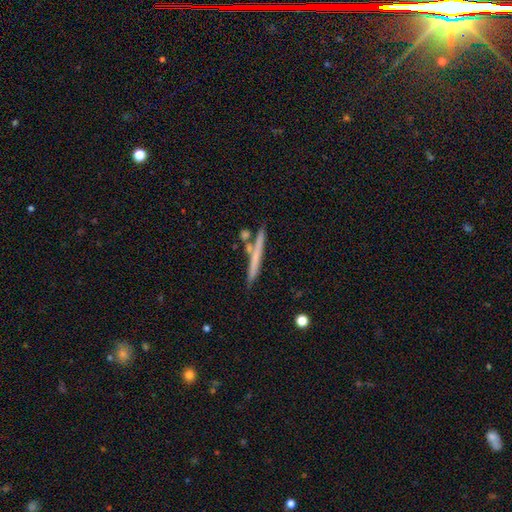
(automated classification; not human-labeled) This appears to be a smooth galaxy with no disk features (53%) that is cigar-shaped (95%). Merging: none (77%).